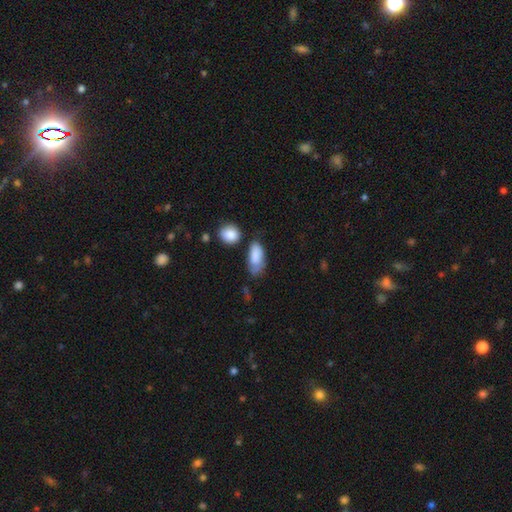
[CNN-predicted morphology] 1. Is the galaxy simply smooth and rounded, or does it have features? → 82% smooth, 11% featured or disk, 7% star or artifact.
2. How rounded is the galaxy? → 88% in between, 8% cigar-shaped, 4% round.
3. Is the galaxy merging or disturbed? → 42% none, 35% minor disturbance, 13% major disturbance, 9% merger.